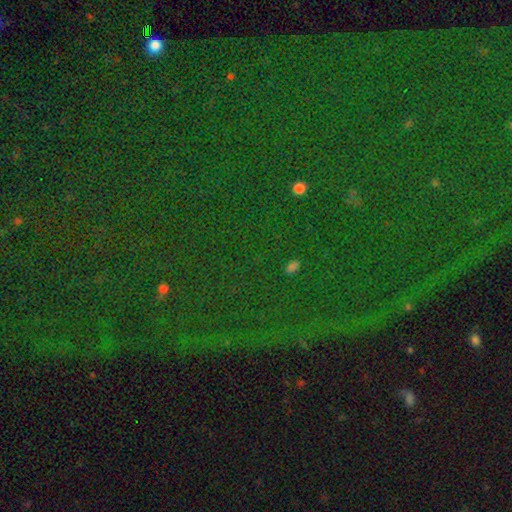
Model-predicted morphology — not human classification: A star or artifact, not a galaxy (82%).